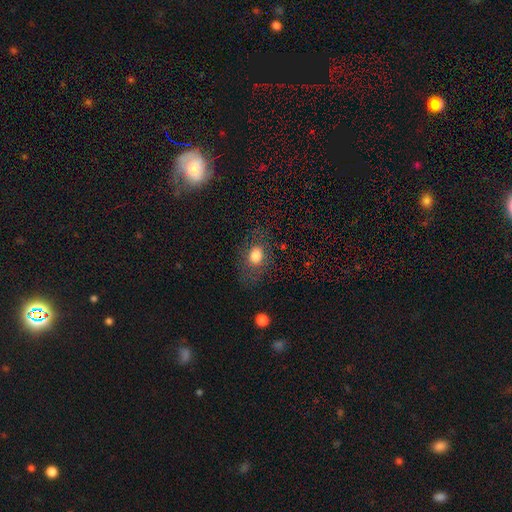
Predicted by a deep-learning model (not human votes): Smooth or featured? Predicted: smooth (p=0.77). How rounded? Predicted: in between (p=0.60). Merging? Predicted: none (p=0.72).